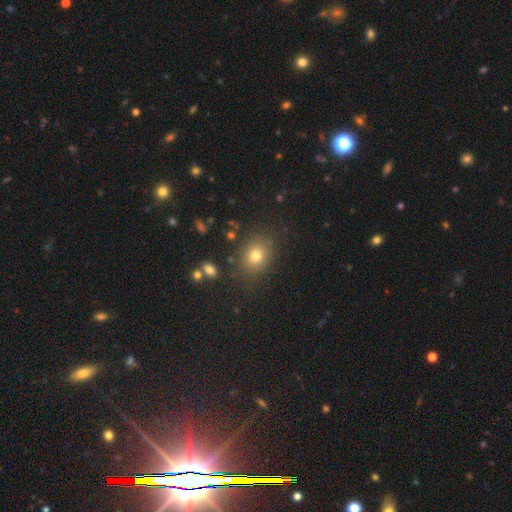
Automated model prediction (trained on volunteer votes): Q: Smooth or featured?
A: smooth (76%); runner-up: star or artifact (15%)
Q: How rounded?
A: round (49%); tied with: in between (49%)
Q: Merging?
A: none (83%); runner-up: minor disturbance (10%)